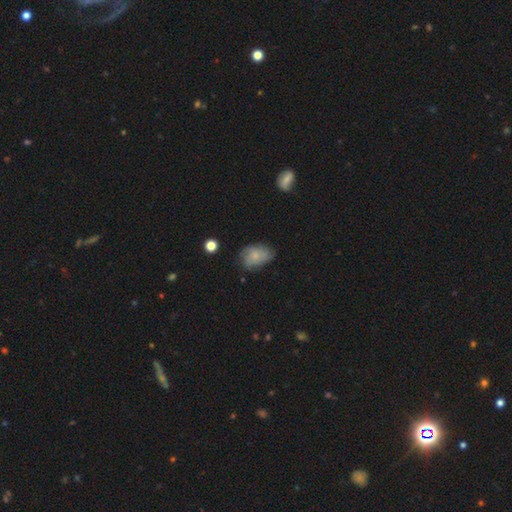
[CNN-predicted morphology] Smooth or featured? Predicted: smooth (p=0.61). How rounded? Predicted: in between (p=0.79). Merging? Predicted: none (p=0.54).